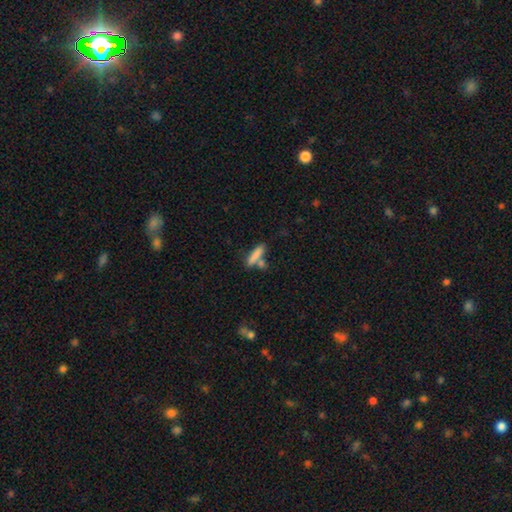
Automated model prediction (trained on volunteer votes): Q: Smooth or featured?
A: smooth (81%); runner-up: featured or disk (11%)
Q: How rounded?
A: cigar-shaped (75%); runner-up: in between (23%)
Q: Merging?
A: none (59%); runner-up: merger (25%)